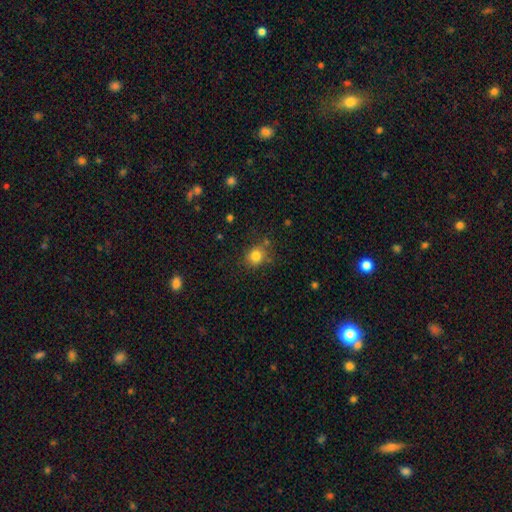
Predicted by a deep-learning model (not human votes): This is clearly a smooth galaxy (81%). How rounded: likely round (77%). Merging: likely none (77%).